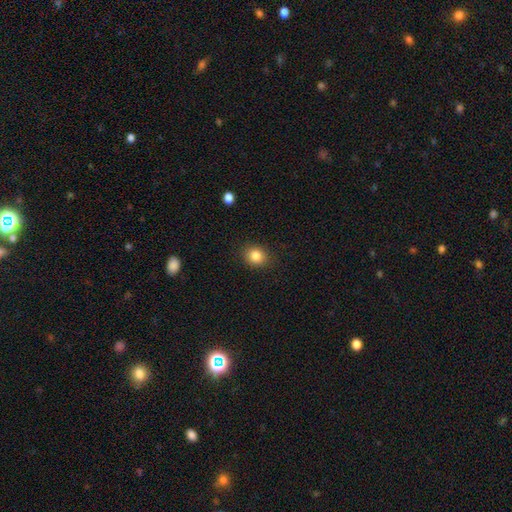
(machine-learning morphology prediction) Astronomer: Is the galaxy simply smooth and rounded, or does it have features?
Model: smooth — 84%.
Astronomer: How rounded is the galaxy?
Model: round — 67%.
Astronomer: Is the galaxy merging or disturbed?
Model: none — 88%.